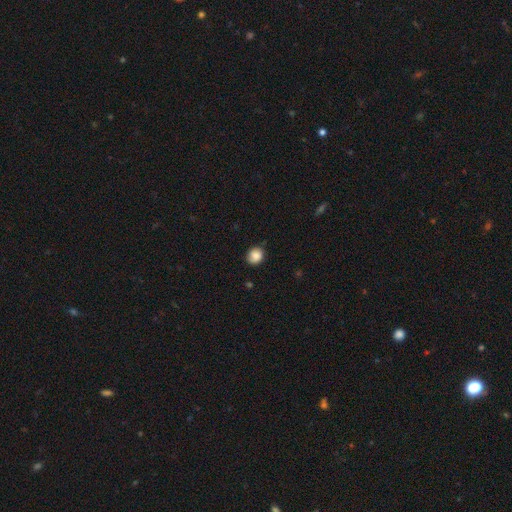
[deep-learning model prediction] Smooth or featured: smooth — 86% (star or artifact — 9%)
How rounded: round — 77% (in between — 23%)
Merging: none — 78% (minor disturbance — 18%)